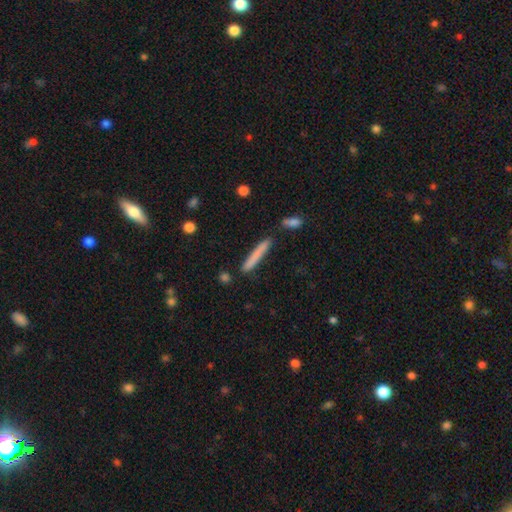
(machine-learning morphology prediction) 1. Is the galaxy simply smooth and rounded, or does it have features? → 76% smooth, 17% featured or disk, 7% star or artifact.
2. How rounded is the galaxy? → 95% cigar-shaped, 3% in between, 1% round.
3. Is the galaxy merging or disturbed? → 83% none, 11% minor disturbance, 4% merger, 2% major disturbance.